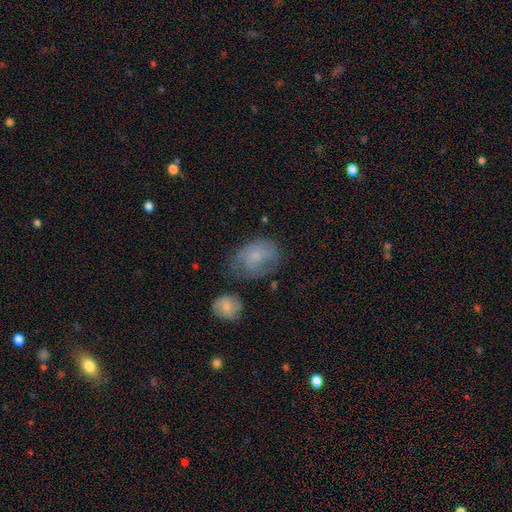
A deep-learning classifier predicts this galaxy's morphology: Overall: smooth (54%; featured or disk 37%). How rounded: in between (73%). Merging: none (43%; minor disturbance 30%).